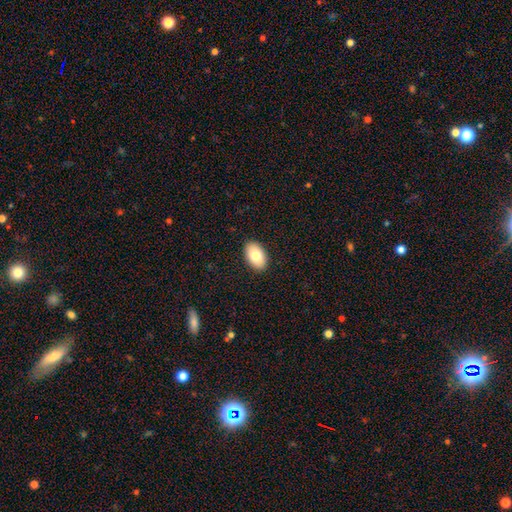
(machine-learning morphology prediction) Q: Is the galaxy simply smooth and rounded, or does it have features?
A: smooth — 81%.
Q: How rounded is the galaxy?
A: in between — 93%.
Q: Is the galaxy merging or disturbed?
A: none — 90%.